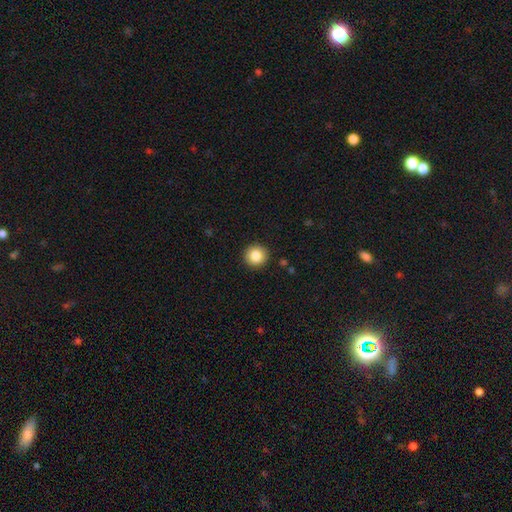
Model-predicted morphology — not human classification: The model was most divided on "smooth or featured": smooth: 85%, star or artifact: 9%, featured or disk: 6%. More confident: how rounded — round (95%); merging — none (92%).